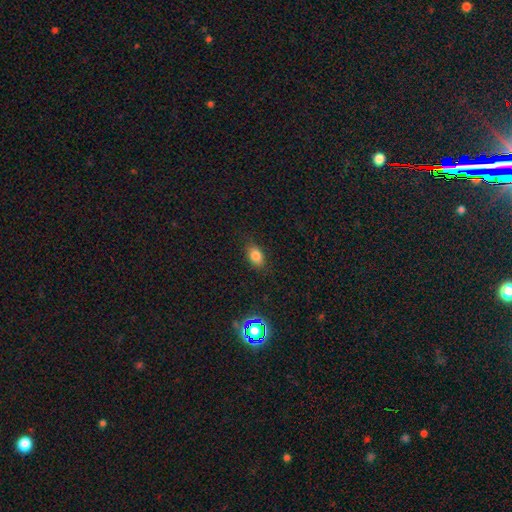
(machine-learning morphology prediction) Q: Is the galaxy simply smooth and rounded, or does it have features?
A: smooth — 81%.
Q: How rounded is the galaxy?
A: in between — 82%.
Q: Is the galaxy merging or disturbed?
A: none — 83%.